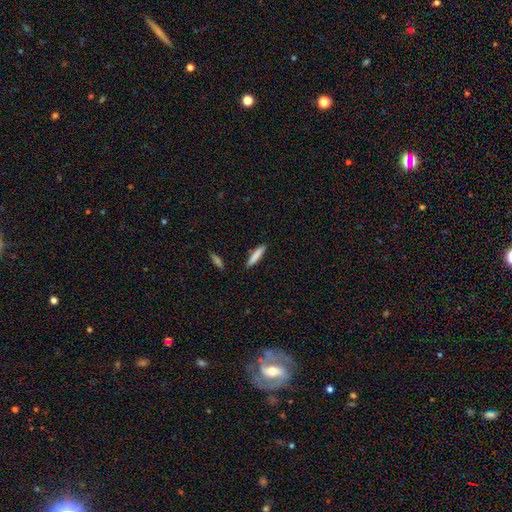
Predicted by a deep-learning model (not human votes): Morphology: type=smooth (83%); roundness=cigar-shaped (86%); merging=none (88%).